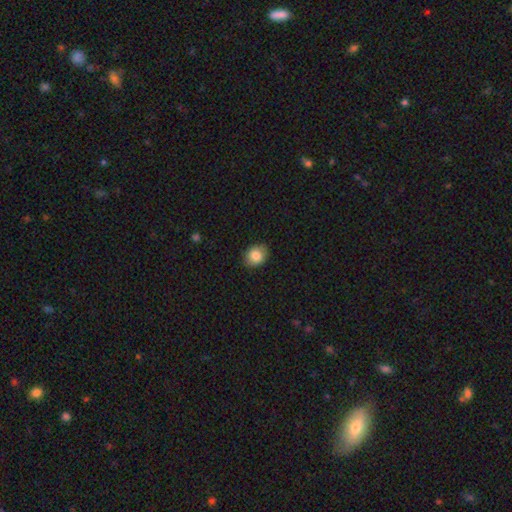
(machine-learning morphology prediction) Smooth or featured? Predicted: smooth (p=0.85). How rounded? Predicted: round (p=0.52). Merging? Predicted: none (p=0.87).